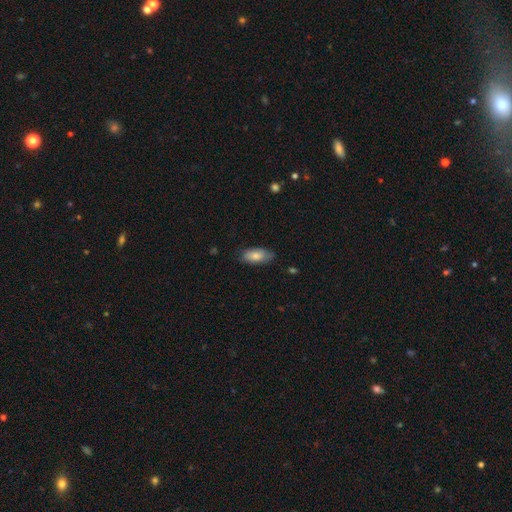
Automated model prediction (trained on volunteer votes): smooth_or_featured: smooth (p=0.79) [alt: featured or disk p=0.15]
how_rounded: in between (p=0.88) [alt: cigar-shaped p=0.10]
merging: none (p=0.77) [alt: minor disturbance p=0.19]